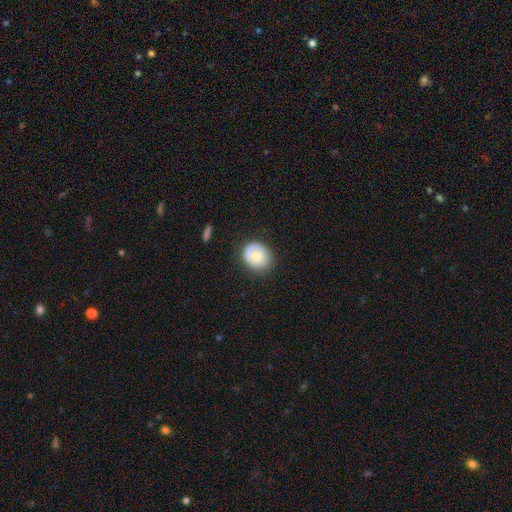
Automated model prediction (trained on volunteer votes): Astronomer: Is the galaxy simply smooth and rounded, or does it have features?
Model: smooth — 63%.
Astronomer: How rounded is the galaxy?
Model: round — 74%.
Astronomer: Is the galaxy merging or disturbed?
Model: none — 74%.